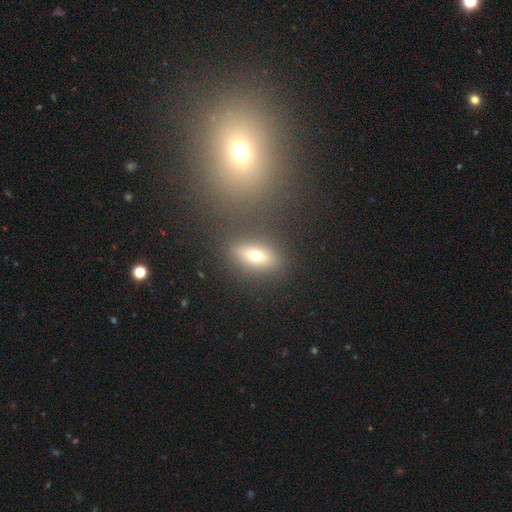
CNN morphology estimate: smooth_or_featured: smooth (p=0.60) [alt: featured or disk p=0.26]
how_rounded: in between (p=0.68) [alt: cigar-shaped p=0.18]
merging: none (p=0.83) [alt: minor disturbance p=0.09]